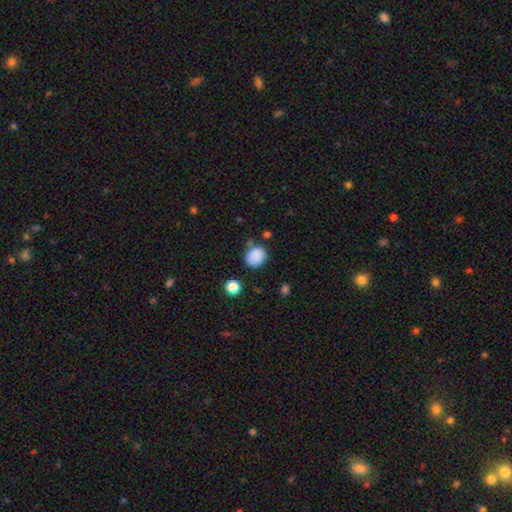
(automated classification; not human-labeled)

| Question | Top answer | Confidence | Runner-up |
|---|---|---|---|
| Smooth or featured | smooth | 87% | star or artifact (9%) |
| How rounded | round | 64% | in between (35%) |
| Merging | none | 72% | minor disturbance (18%) |